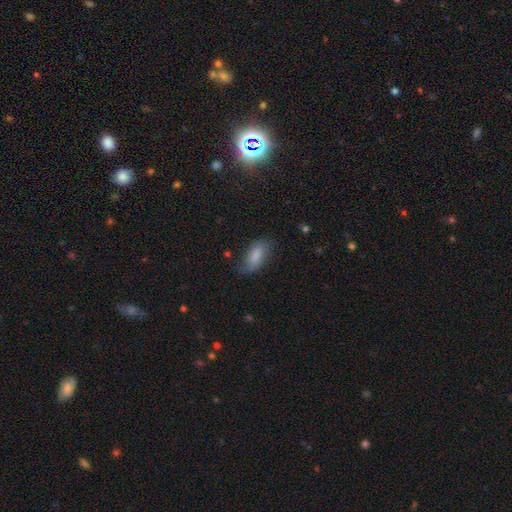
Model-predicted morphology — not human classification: smooth_or_featured: smooth (p=0.81) [alt: featured or disk p=0.12]
how_rounded: in between (p=0.84) [alt: cigar-shaped p=0.13]
merging: none (p=0.68) [alt: minor disturbance p=0.24]